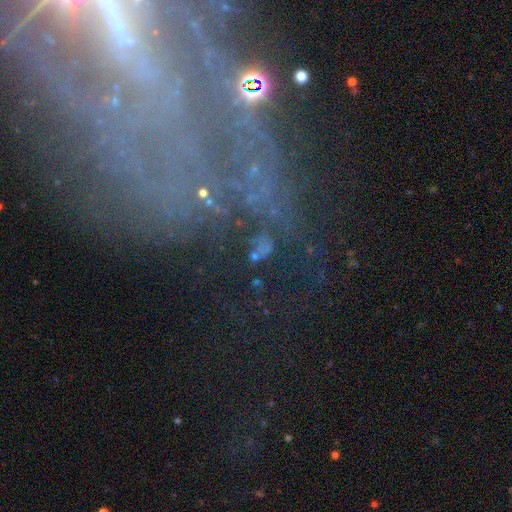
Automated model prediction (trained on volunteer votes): star or artifact 42%, featured or disk 34%, smooth 24%.